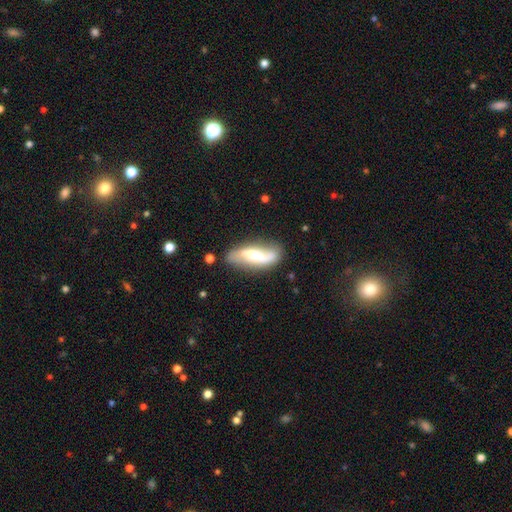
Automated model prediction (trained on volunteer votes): smooth_or_featured: featured or disk (p=0.60) [alt: smooth p=0.33]
disk_edge_on: no (p=0.84) [alt: yes p=0.16]
bar: strong (p=0.39) [alt: weak p=0.34]
has_spiral_arms: yes (p=0.81) [alt: no p=0.19]
bulge_size: moderate (p=0.41) [alt: small p=0.39]
merging: none (p=0.67) [alt: minor disturbance p=0.21]